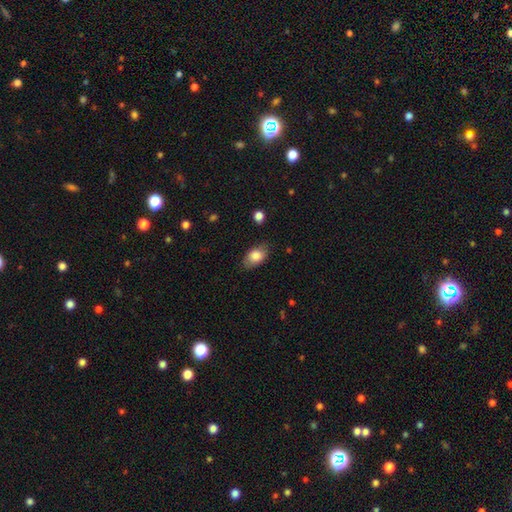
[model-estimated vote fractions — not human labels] This is clearly a smooth galaxy (82%). How rounded: clearly in between (89%). Merging: likely none (80%).